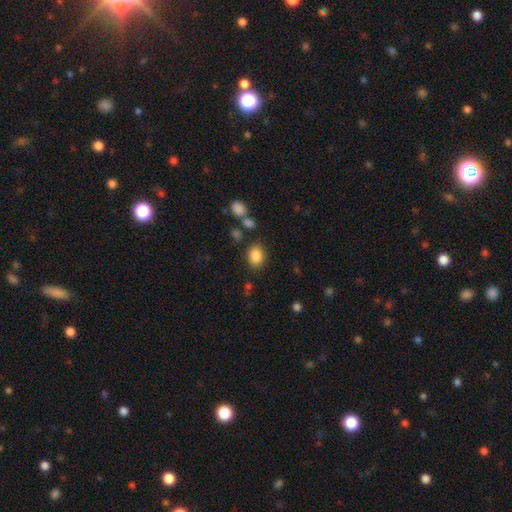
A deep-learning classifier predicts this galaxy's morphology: Smooth or featured? smooth (86%)
How rounded? in between (66%)
Merging? none (80%)